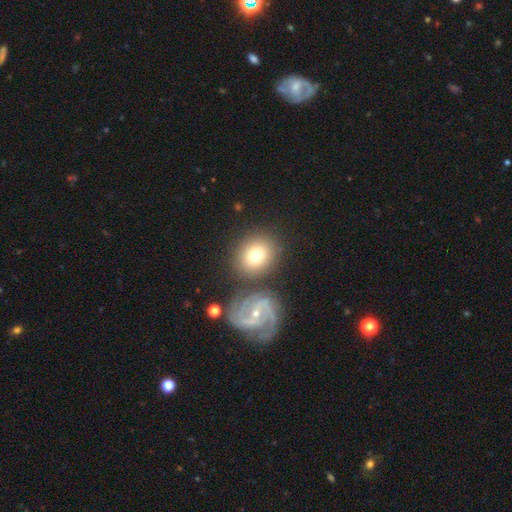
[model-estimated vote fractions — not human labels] smooth-or-featured: smooth: 66% | featured or disk: 26% | star or artifact: 9%
  how-rounded: round: 72% | in between: 27% | cigar-shaped: 1%
  merging: none: 74% | minor disturbance: 11% | merger: 11% | major disturbance: 4%